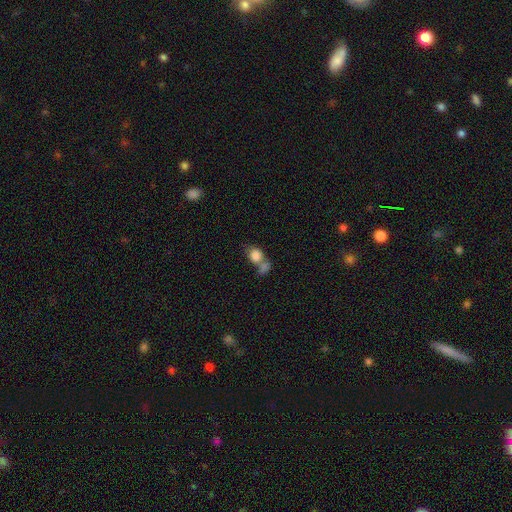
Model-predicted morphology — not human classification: smooth 82%, featured or disk 10%, star or artifact 8%. Down the decision tree: how rounded — round (51%); merging — merger (59%).